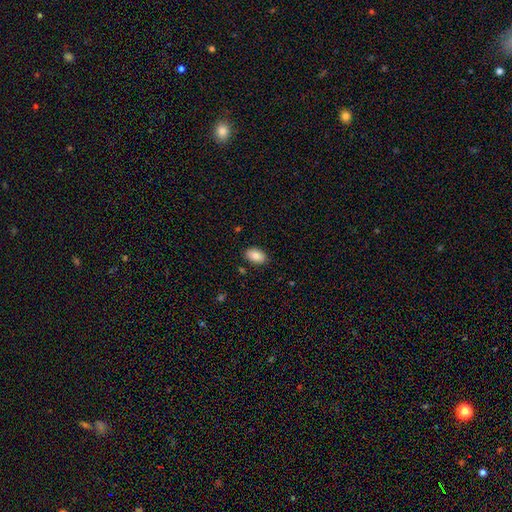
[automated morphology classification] This appears to be a smooth galaxy with no disk features (85%) that is in between round and cigar-shaped (90%). Merging: none (87%).